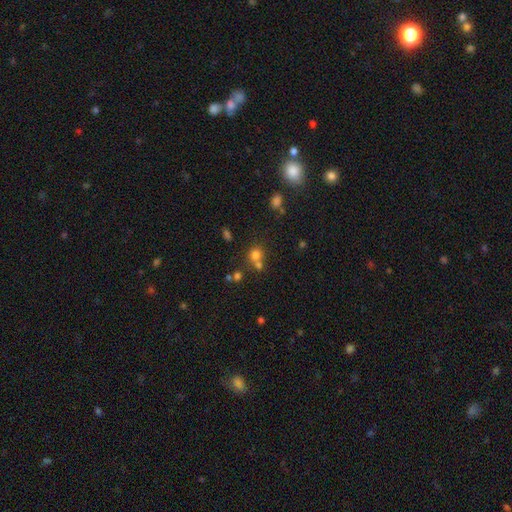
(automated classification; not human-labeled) Morphology: type=smooth (71%); roundness=round (81%); merging=none (51%).